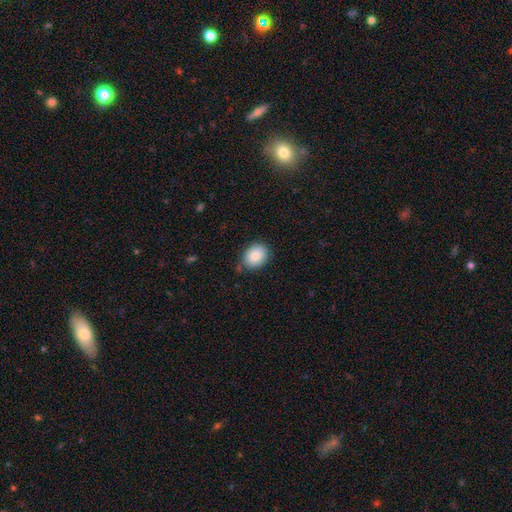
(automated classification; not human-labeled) Smooth or featured? smooth (85%)
How rounded? in between (54%)
Merging? none (77%)